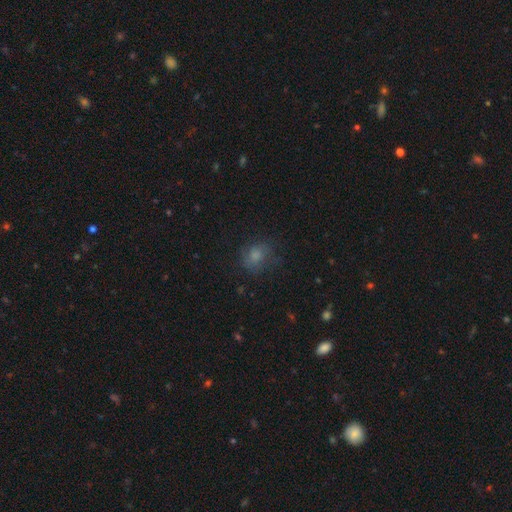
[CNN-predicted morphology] smooth_or_featured: smooth (p=0.70) [alt: featured or disk p=0.16]
how_rounded: round (p=0.61) [alt: in between p=0.38]
merging: none (p=0.63) [alt: minor disturbance p=0.22]